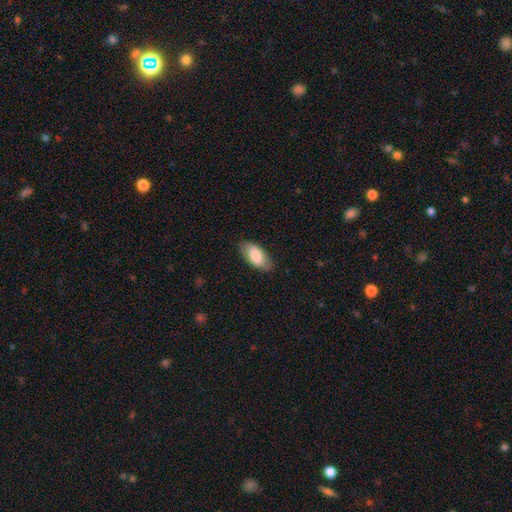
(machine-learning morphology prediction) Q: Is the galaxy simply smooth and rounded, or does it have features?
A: smooth — 80%.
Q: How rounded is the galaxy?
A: in between — 92%.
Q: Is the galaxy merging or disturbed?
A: none — 81%.